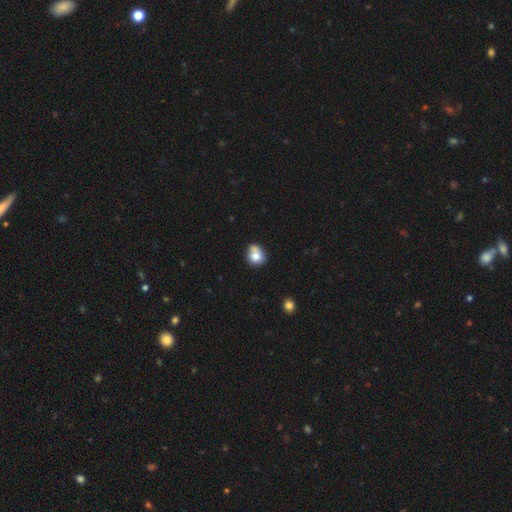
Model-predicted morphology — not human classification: smooth_or_featured: smooth (p=0.75) [alt: featured or disk p=0.15]
how_rounded: round (p=0.67) [alt: in between p=0.32]
merging: none (p=0.41) [alt: merger p=0.34]